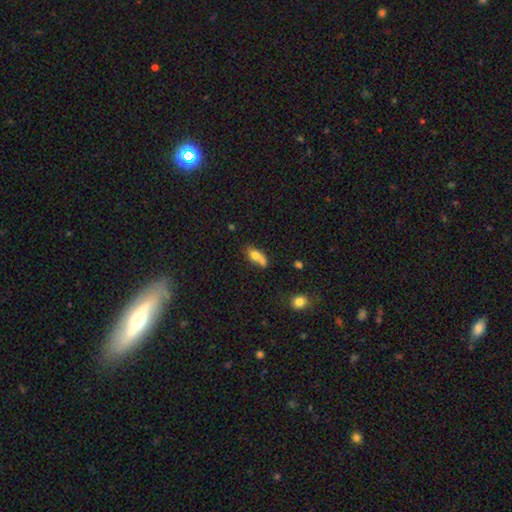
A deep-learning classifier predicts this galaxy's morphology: This is likely a smooth galaxy (71%). How rounded: likely in between (75%). Merging: marginally merger (40%).